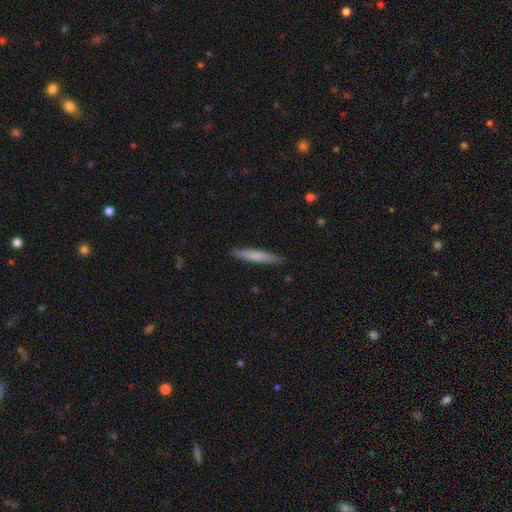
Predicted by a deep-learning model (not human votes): Q: Smooth or featured?
A: smooth (70%); runner-up: featured or disk (25%)
Q: How rounded?
A: cigar-shaped (94%); runner-up: in between (5%)
Q: Merging?
A: none (90%); runner-up: minor disturbance (7%)